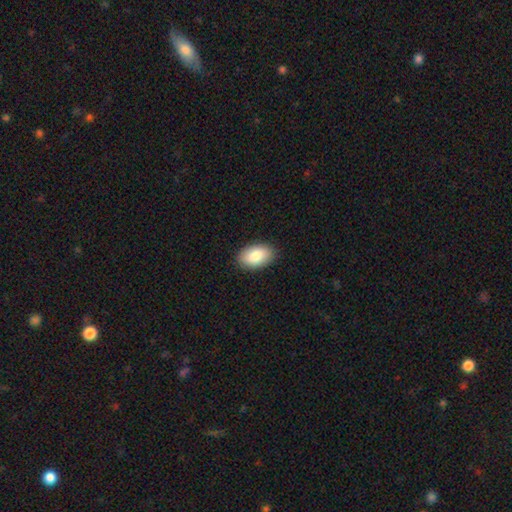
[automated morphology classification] smooth-or-featured: smooth: 86% | featured or disk: 8% | star or artifact: 6%
  how-rounded: in between: 93% | round: 5% | cigar-shaped: 1%
  merging: none: 89% | minor disturbance: 8% | major disturbance: 2% | merger: 1%